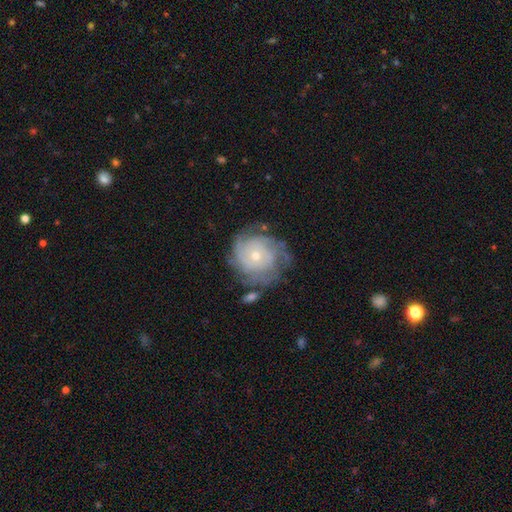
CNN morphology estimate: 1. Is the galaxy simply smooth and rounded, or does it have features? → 77% featured or disk, 16% smooth, 7% star or artifact.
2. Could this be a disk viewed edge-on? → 97% no, 3% yes.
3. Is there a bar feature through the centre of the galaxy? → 83% no, 14% weak, 3% strong.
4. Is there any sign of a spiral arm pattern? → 89% yes, 11% no.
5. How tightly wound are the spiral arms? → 71% tight, 22% medium, 7% loose.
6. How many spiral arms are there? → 45% can't tell, 17% 3, 13% 4, 12% 2, 7% more than 4, 5% 1.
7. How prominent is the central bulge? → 56% small, 40% moderate, 2% large, 1% none, 1% dominant.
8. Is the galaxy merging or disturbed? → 65% none, 20% minor disturbance, 11% major disturbance, 4% merger.